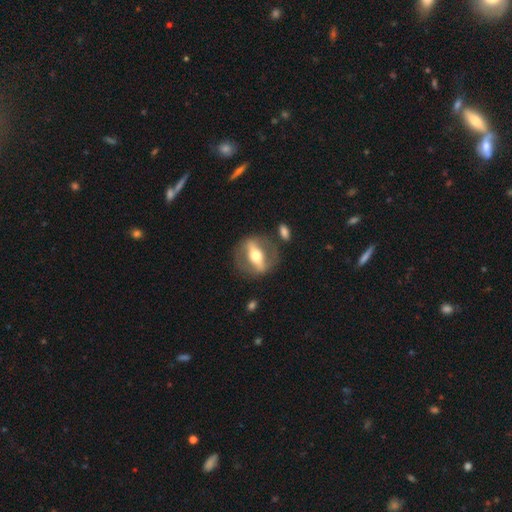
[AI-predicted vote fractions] featured or disk 74%, smooth 21%, star or artifact 5%. Down the decision tree: edge-on disk — no (51%); merging — none (78%).